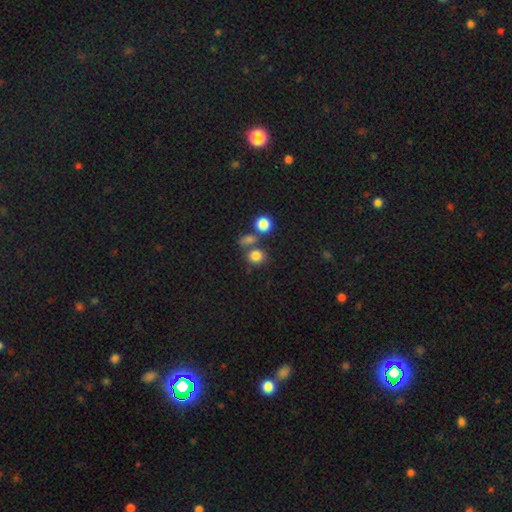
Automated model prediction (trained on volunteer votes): Overall: smooth (80%). How rounded: round (76%). Merging: none (62%; merger 23%).